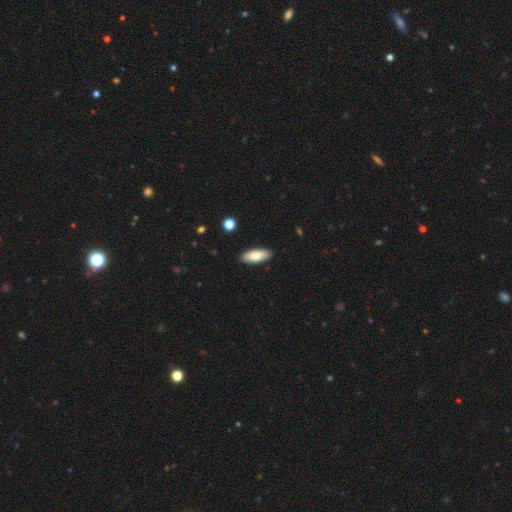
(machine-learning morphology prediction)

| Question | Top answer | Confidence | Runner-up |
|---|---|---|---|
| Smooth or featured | smooth | 80% | featured or disk (14%) |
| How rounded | in between | 75% | cigar-shaped (23%) |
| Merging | none | 90% | minor disturbance (8%) |